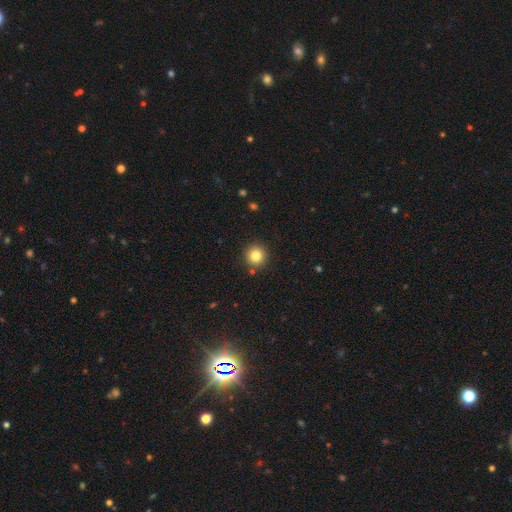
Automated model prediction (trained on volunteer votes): smooth 82%, star or artifact 11%, featured or disk 7%. Down the decision tree: how rounded — round (94%); merging — none (89%).